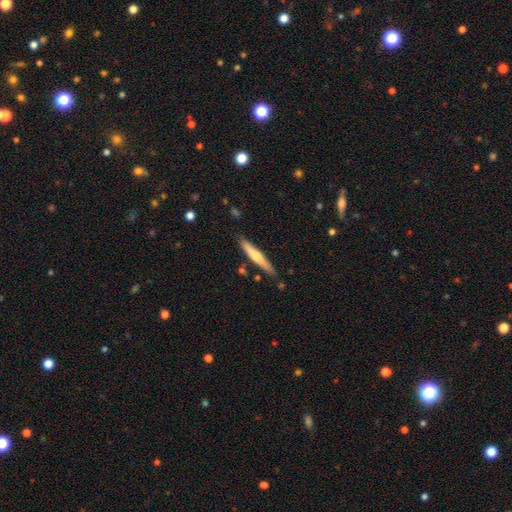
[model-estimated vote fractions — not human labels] Smooth or featured: smooth — 53% (featured or disk — 42%)
How rounded: cigar-shaped — 92% (in between — 6%)
Merging: none — 82% (minor disturbance — 12%)